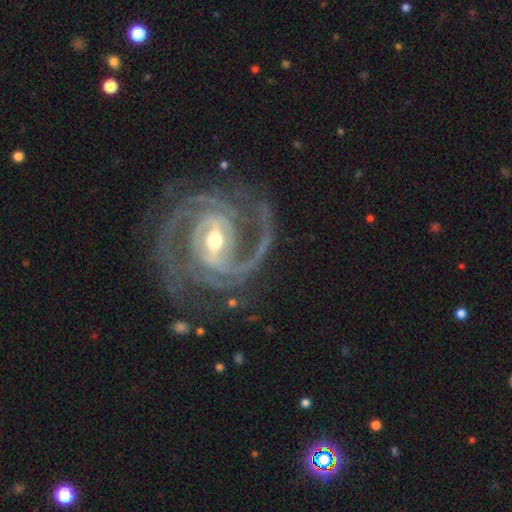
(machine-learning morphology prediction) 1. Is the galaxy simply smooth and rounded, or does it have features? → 93% featured or disk, 5% star or artifact, 2% smooth.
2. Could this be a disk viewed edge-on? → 97% no, 3% yes.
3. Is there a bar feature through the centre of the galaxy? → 50% strong, 35% weak, 15% no.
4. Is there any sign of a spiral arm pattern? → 99% yes, 1% no.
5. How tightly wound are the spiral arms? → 48% tight, 46% medium, 6% loose.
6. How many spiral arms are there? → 75% 2, 13% 3, 4% can't tell, 3% 4, 3% 1, 3% more than 4.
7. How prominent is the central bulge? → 51% moderate, 43% small, 4% large, 1% none, 1% dominant.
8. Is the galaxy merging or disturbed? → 76% none, 15% minor disturbance, 8% major disturbance, 2% merger.